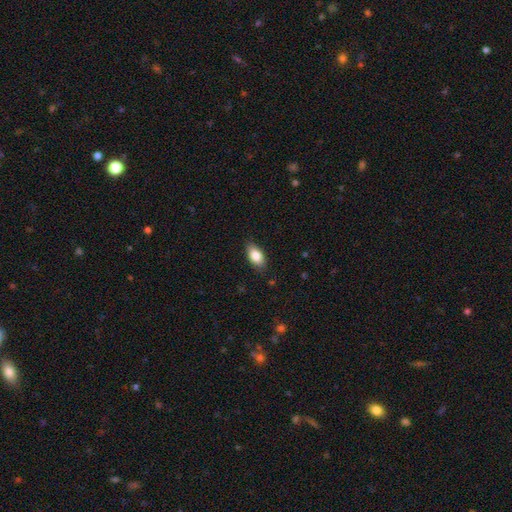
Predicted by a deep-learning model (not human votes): Smooth or featured? Predicted: smooth (p=0.84). How rounded? Predicted: in between (p=0.91). Merging? Predicted: none (p=0.84).